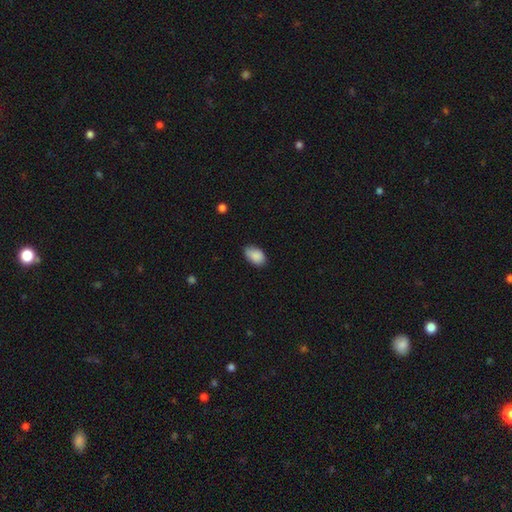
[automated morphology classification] A smooth galaxy with no disk features (88%) that is in between round and cigar-shaped (91%). Merging: none (73%).